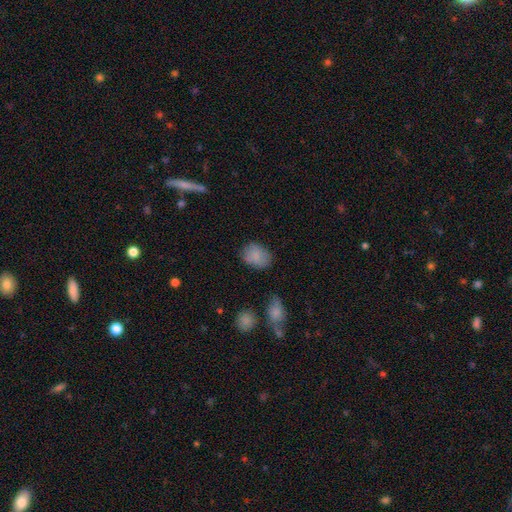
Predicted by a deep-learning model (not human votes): Overall: smooth (83%). How rounded: in between (65%; round 34%). Merging: none (73%).